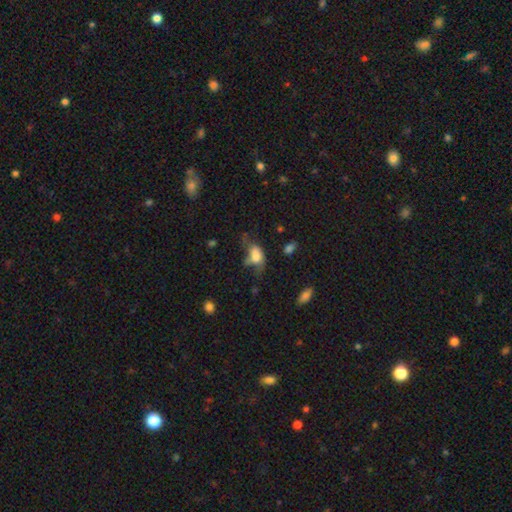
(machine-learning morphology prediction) Smooth or featured? Predicted: smooth (p=0.66). How rounded? Predicted: in between (p=0.88). Merging? Predicted: major disturbance (p=0.43).